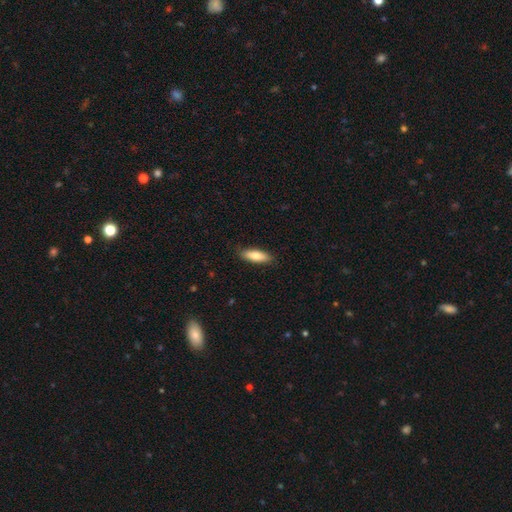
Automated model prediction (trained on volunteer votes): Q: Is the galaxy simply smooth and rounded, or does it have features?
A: smooth — 77%.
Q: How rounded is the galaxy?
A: in between — 55%.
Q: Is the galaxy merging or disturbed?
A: none — 87%.